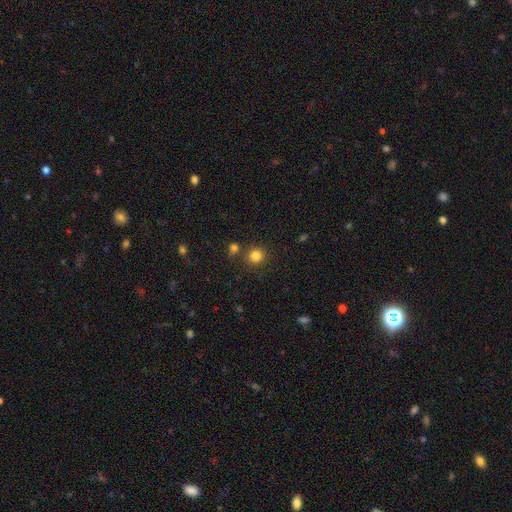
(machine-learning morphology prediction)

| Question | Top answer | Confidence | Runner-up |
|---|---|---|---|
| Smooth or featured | smooth | 82% | star or artifact (13%) |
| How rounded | round | 91% | in between (8%) |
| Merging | none | 81% | merger (9%) |